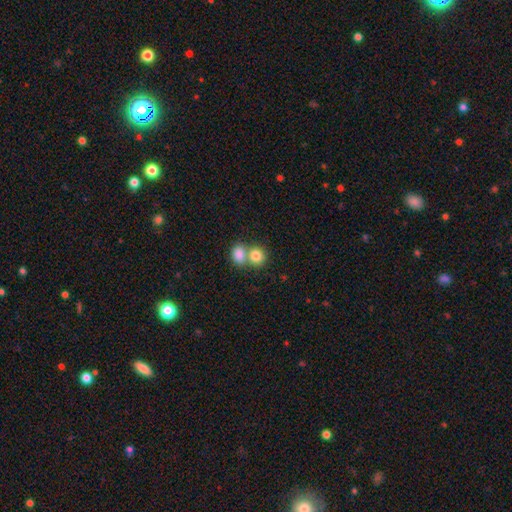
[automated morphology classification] The model was most divided on "merging": merger: 55%, none: 36%, minor disturbance: 7%, major disturbance: 3%. More confident: smooth or featured — smooth (82%); how rounded — round (72%).